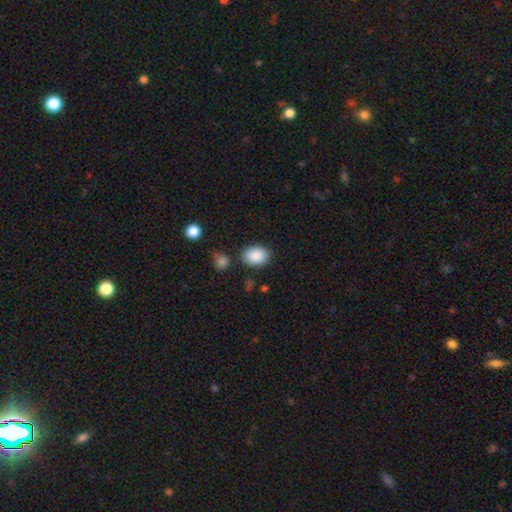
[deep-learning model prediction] This appears to be a smooth galaxy with no disk features (88%) that is in between round and cigar-shaped (73%). Merging: none (81%).